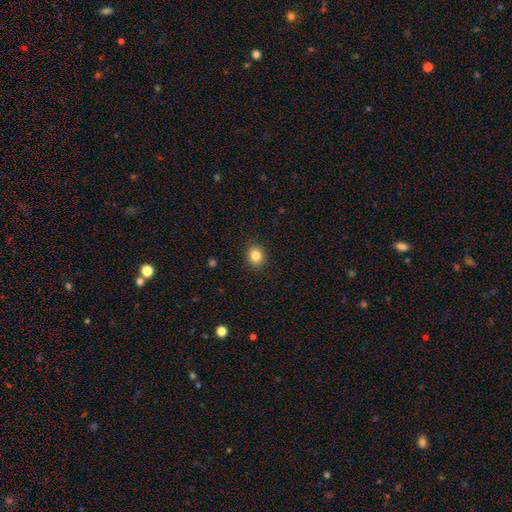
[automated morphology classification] A smooth galaxy with no disk features (84%) that is round (68%).

Vote fractions:
- Smooth or featured? smooth: 84% / star or artifact: 10% / featured or disk: 6%
- How rounded? round: 68% / in between: 31% / cigar-shaped: 1%
- Merging? none: 90% / minor disturbance: 7% / major disturbance: 2% / merger: 1%